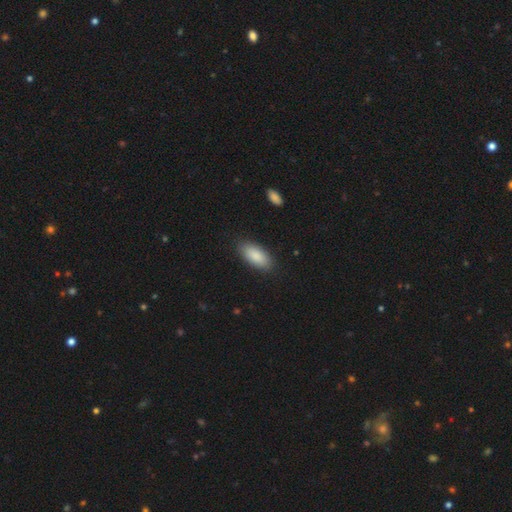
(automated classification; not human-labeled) The model was most divided on "merging": none: 87%, minor disturbance: 9%, major disturbance: 2%, merger: 1%. More confident: how rounded — in between (89%); smooth or featured — smooth (88%).